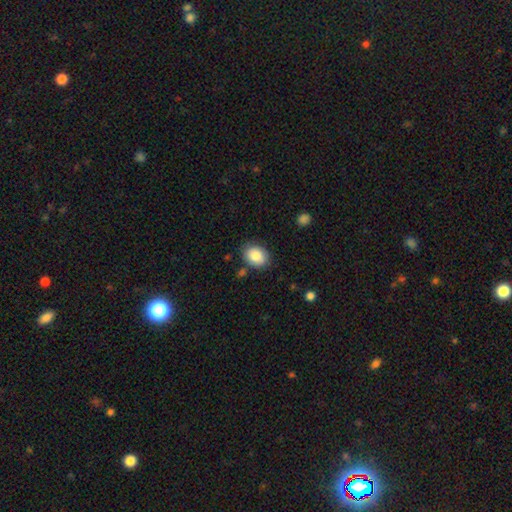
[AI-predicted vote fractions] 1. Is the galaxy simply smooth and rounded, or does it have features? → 85% smooth, 8% featured or disk, 7% star or artifact.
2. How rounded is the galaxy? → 62% in between, 37% round, 1% cigar-shaped.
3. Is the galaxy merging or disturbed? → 81% none, 13% minor disturbance, 3% merger, 3% major disturbance.